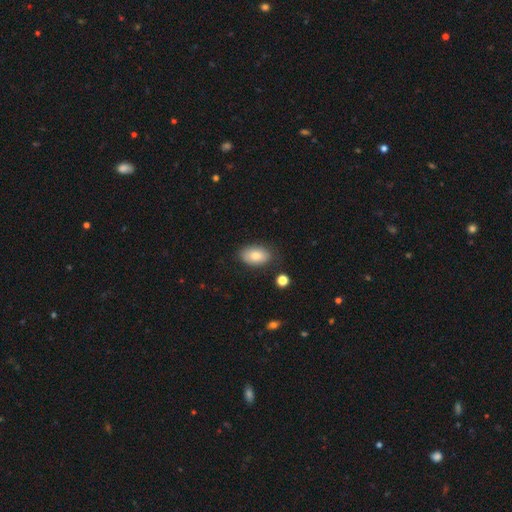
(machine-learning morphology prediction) Smooth or featured?
  - smooth: 79% *
  - featured or disk: 13%
  - star or artifact: 8%
How rounded?
  - in between: 90% *
  - round: 8%
  - cigar-shaped: 1%
Merging?
  - none: 81% *
  - minor disturbance: 14%
  - major disturbance: 3%
  - merger: 2%